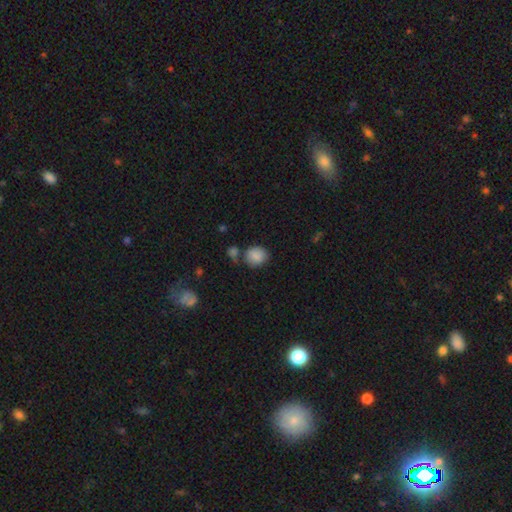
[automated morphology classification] Overall: smooth (85%). How rounded: round (64%; in between 35%). Merging: none (64%).